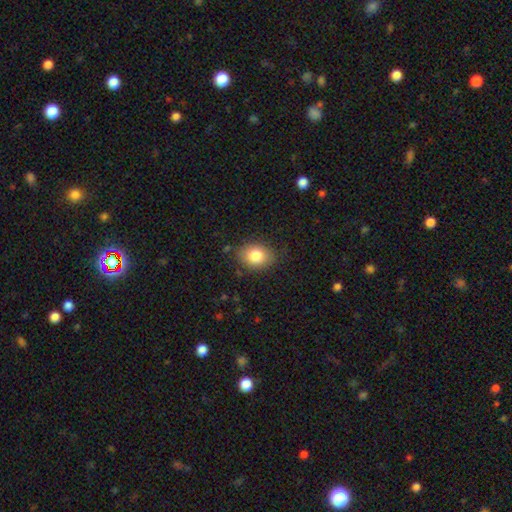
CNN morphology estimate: smooth-or-featured: smooth: 82% | star or artifact: 9% | featured or disk: 9%
  how-rounded: in between: 64% | round: 35% | cigar-shaped: 1%
  merging: none: 81% | minor disturbance: 14% | major disturbance: 3% | merger: 1%